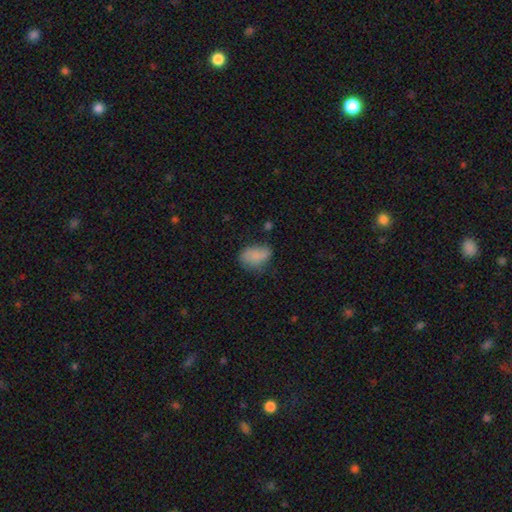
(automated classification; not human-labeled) This appears to be a smooth galaxy with no disk features (80%) that is in between round and cigar-shaped (84%). Merging: none (52%).